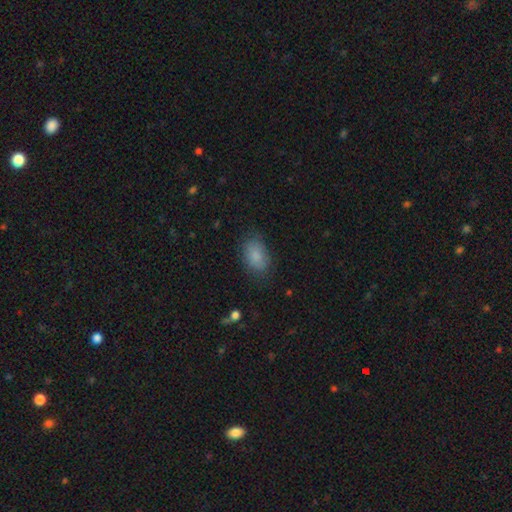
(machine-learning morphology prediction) type=smooth (85%); roundness=in between (88%); merging=none (77%).